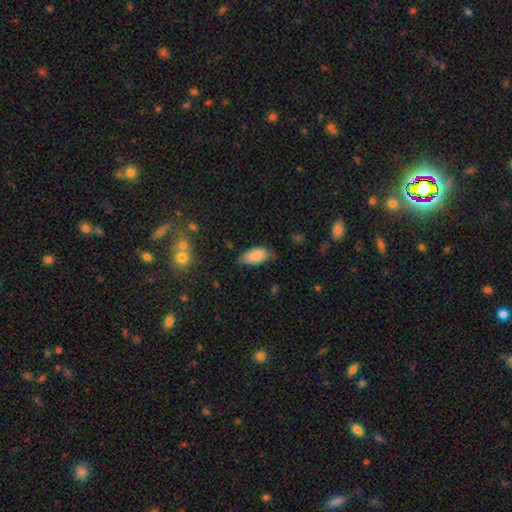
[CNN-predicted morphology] smooth-or-featured: smooth: 86% | star or artifact: 7% | featured or disk: 7%
  how-rounded: in between: 91% | cigar-shaped: 7% | round: 2%
  merging: none: 66% | minor disturbance: 27% | major disturbance: 5% | merger: 2%